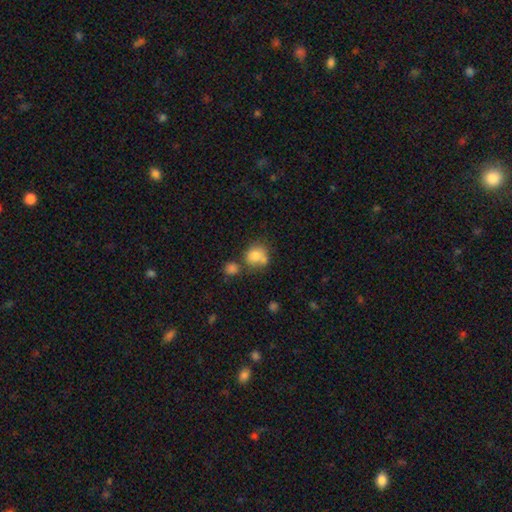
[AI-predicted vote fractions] Smooth or featured?
  - smooth: 77% *
  - featured or disk: 12%
  - star or artifact: 11%
How rounded?
  - round: 71% *
  - in between: 28%
  - cigar-shaped: 1%
Merging?
  - none: 43% *
  - merger: 34%
  - minor disturbance: 16%
  - major disturbance: 7%